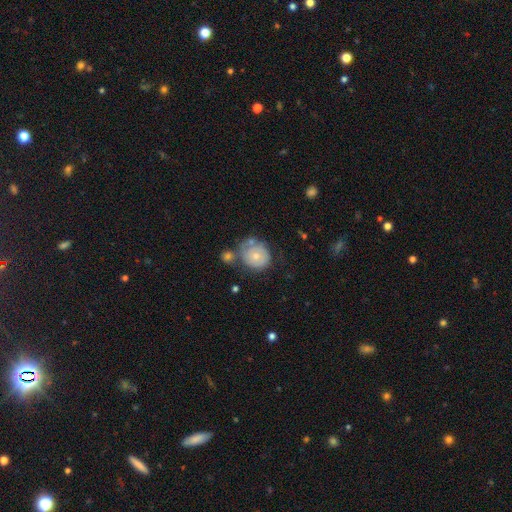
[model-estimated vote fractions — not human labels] This appears to be a smooth galaxy with no disk features (59%) that is round (83%). Merging: none (49%).